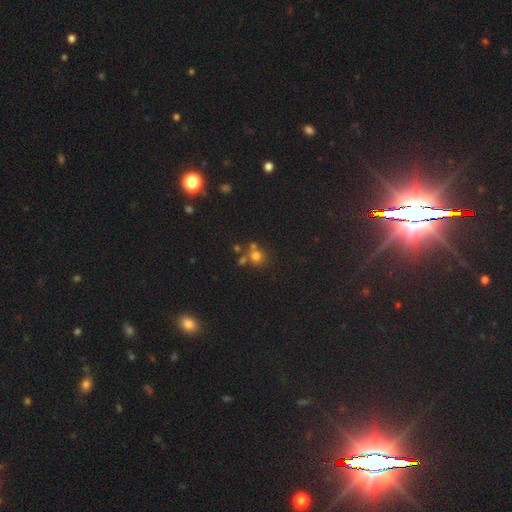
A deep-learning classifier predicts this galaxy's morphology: This is likely a smooth galaxy (70%). How rounded: clearly round (84%). Merging: possibly none (59%).